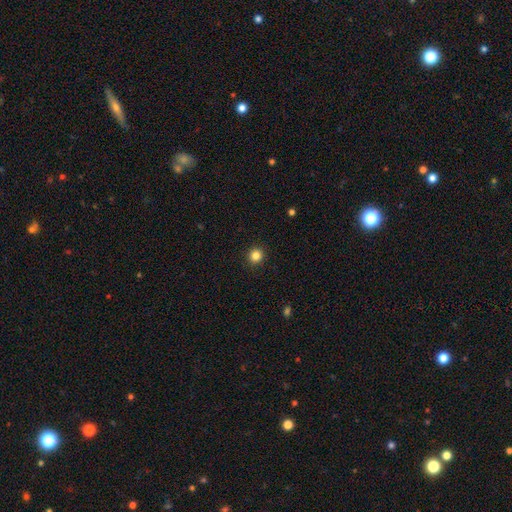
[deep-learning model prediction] Overall: smooth (84%). How rounded: round (95%). Merging: none (93%).